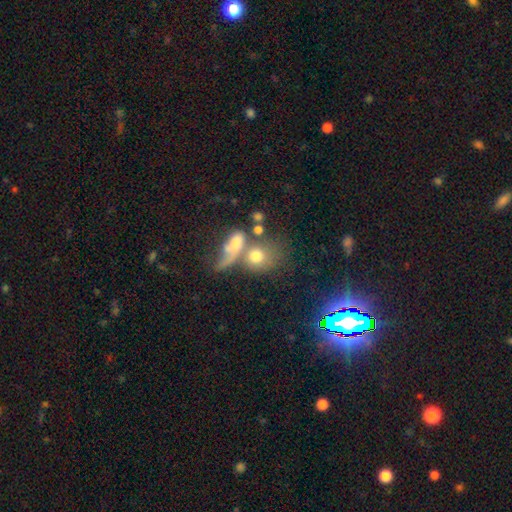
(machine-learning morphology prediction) smooth_or_featured: smooth (p=0.39) [alt: star or artifact p=0.32]
merging: merger (p=0.52) [alt: none p=0.30]